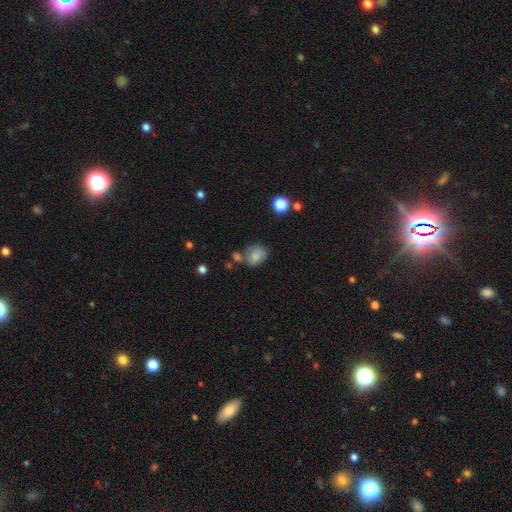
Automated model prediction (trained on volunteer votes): A smooth galaxy with no disk features (78%) that is in between round and cigar-shaped (53%). Merging: none (52%).